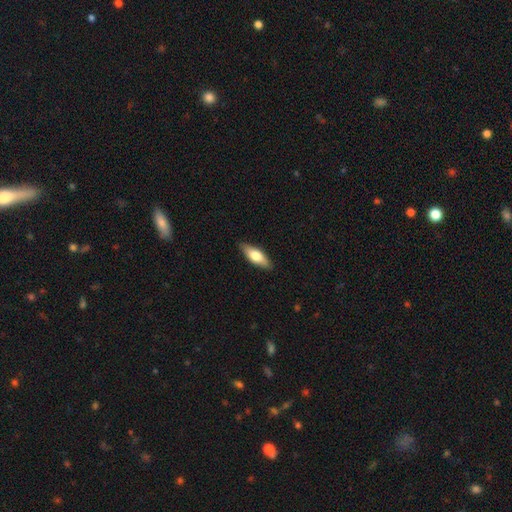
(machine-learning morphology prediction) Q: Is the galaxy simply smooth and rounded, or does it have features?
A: smooth — 66%.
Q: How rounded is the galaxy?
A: in between — 65%.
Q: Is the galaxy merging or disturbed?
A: none — 88%.